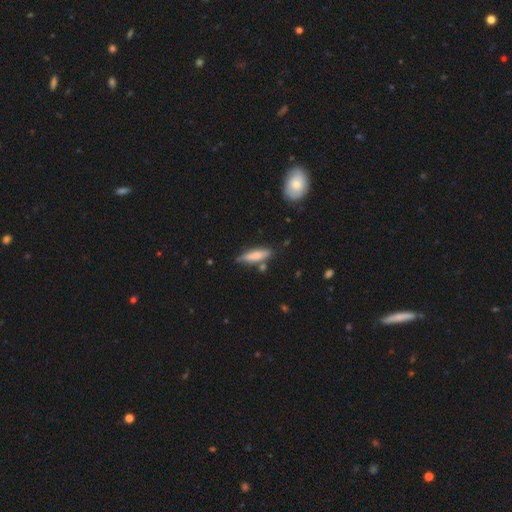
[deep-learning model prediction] Q: Smooth or featured?
A: smooth (69%); runner-up: featured or disk (24%)
Q: How rounded?
A: cigar-shaped (69%); runner-up: in between (29%)
Q: Merging?
A: none (71%); runner-up: minor disturbance (19%)